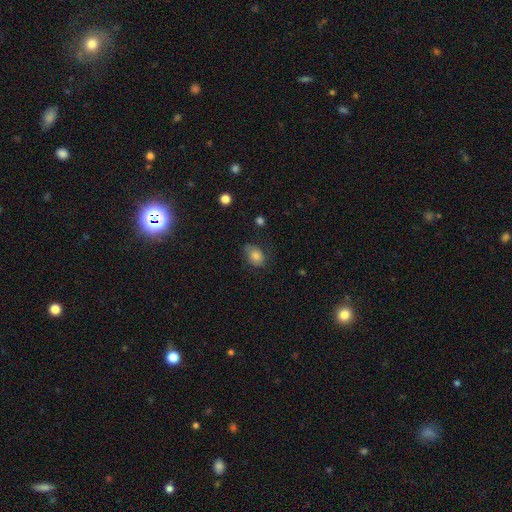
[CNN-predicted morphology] Q: Smooth or featured?
A: smooth (76%); runner-up: featured or disk (14%)
Q: How rounded?
A: in between (63%); runner-up: round (35%)
Q: Merging?
A: none (62%); runner-up: minor disturbance (26%)